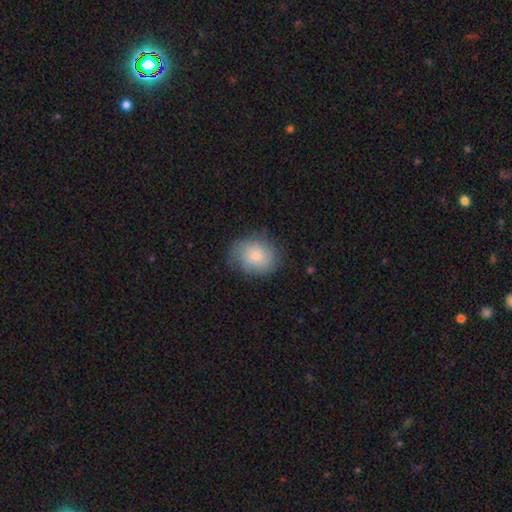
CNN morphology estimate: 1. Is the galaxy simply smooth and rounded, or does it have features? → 73% smooth, 19% featured or disk, 8% star or artifact.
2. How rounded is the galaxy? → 58% round, 41% in between, 1% cigar-shaped.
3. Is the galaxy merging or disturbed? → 71% none, 21% minor disturbance, 6% major disturbance, 1% merger.